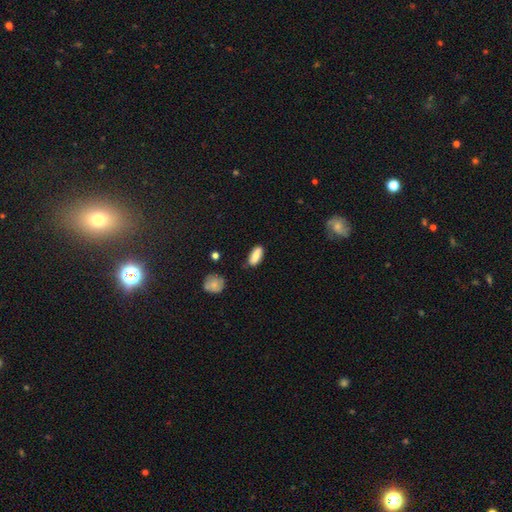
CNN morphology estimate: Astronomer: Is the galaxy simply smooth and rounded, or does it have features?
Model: smooth — 85%.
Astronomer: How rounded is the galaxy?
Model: in between — 81%.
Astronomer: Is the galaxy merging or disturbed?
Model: none — 76%.